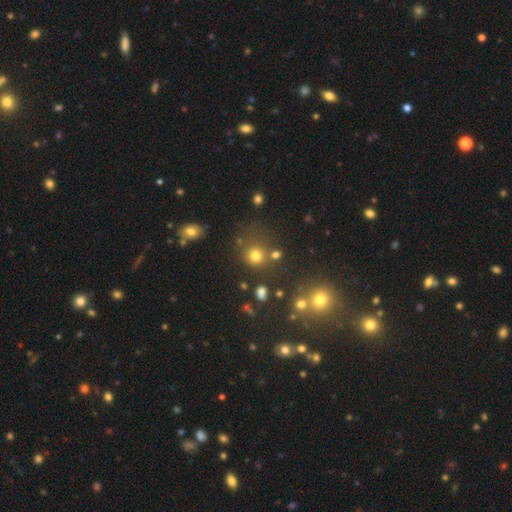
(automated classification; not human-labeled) Overall: smooth (73%). How rounded: round (88%). Merging: none (70%).